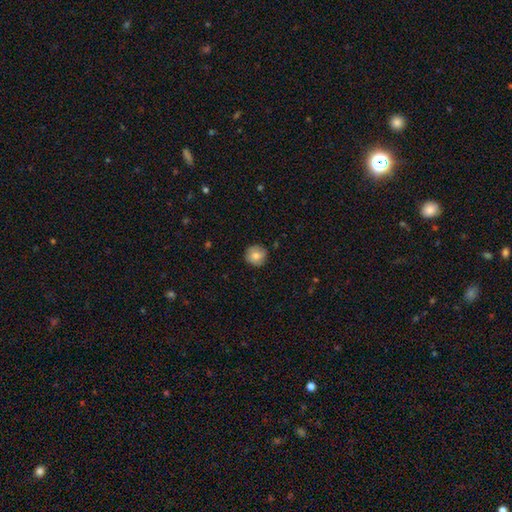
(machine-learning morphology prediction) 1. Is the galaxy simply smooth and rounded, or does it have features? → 75% smooth, 17% featured or disk, 8% star or artifact.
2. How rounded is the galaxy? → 91% round, 8% in between, 1% cigar-shaped.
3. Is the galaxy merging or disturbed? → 85% none, 12% minor disturbance, 2% major disturbance, 1% merger.